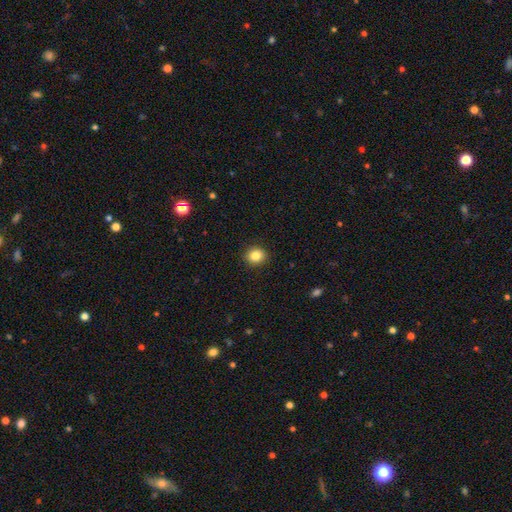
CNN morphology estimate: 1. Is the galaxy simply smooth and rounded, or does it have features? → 84% smooth, 10% star or artifact, 5% featured or disk.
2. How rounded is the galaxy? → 78% round, 21% in between, 1% cigar-shaped.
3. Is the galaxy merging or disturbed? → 91% none, 6% minor disturbance, 2% major disturbance, 1% merger.